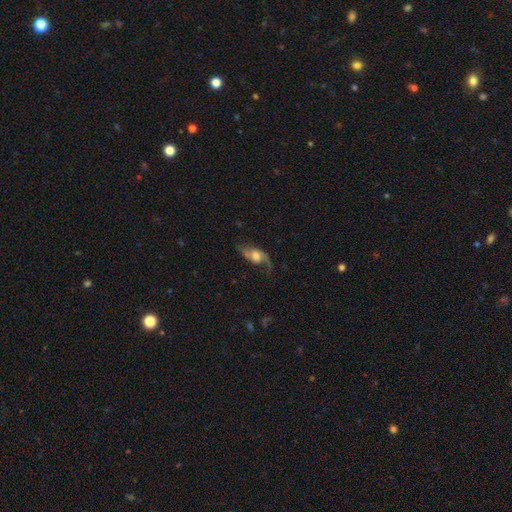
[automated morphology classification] Smooth or featured: featured or disk — 70% (smooth — 22%)
Edge-on disk: no — 89% (yes — 11%)
Bar: no — 63% (weak — 30%)
Spiral arms: yes — 89% (no — 11%)
Spiral winding: loose — 75% (medium — 20%)
Spiral arm count: 2 — 79% (1 — 14%)
Bulge size: moderate — 43% (large — 32%)
Merging: none — 55% (major disturbance — 21%)